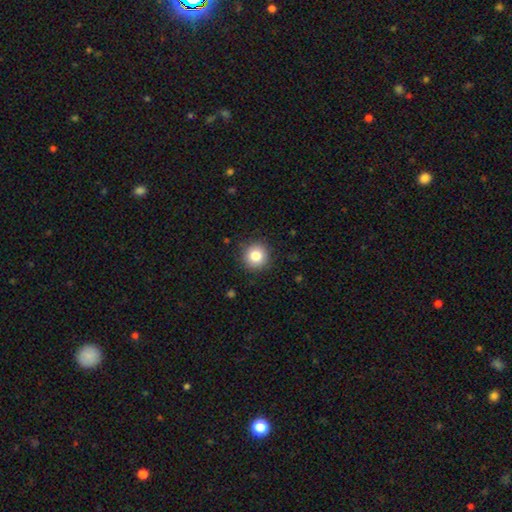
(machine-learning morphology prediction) Smooth or featured: smooth — 82% (star or artifact — 11%)
How rounded: round — 93% (in between — 6%)
Merging: none — 90% (minor disturbance — 7%)